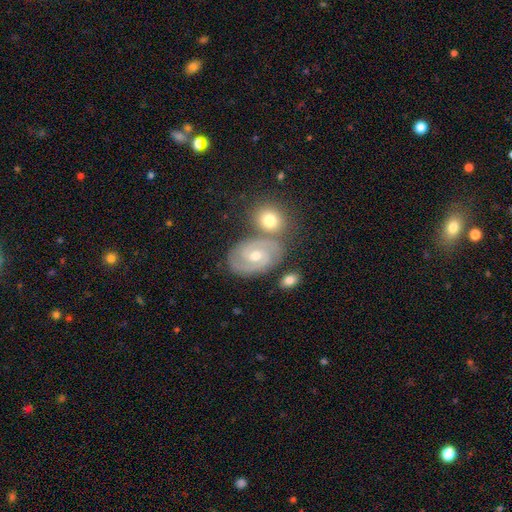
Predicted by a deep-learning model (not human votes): Smooth or featured? featured or disk (83%)
Edge-on disk? no (97%)
Bar? no (48%)
Spiral arms? yes (96%)
Spiral winding? tight (66%)
Spiral arm count? 2 (81%)
Bulge size? moderate (67%)
Merging? none (72%)